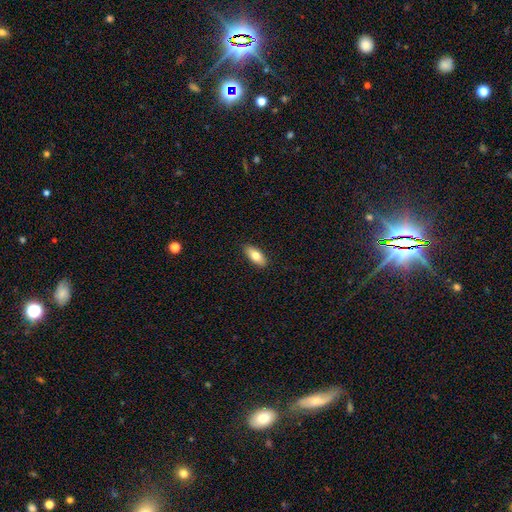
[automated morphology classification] smooth 77%, featured or disk 16%, star or artifact 6%. Down the decision tree: how rounded — in between (84%); merging — none (90%).